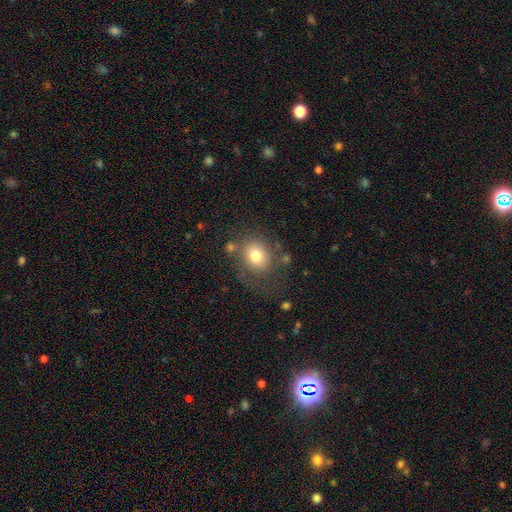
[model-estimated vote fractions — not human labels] A smooth galaxy with no disk features (76%) that is round (64%). Merging: none (67%).